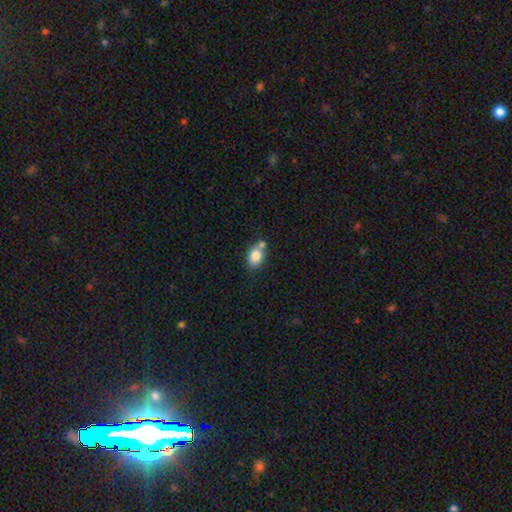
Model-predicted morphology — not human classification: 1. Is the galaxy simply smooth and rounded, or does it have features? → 82% smooth, 9% featured or disk, 9% star or artifact.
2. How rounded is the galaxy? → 72% in between, 26% round, 1% cigar-shaped.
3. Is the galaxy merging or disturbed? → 54% none, 29% merger, 14% minor disturbance, 4% major disturbance.